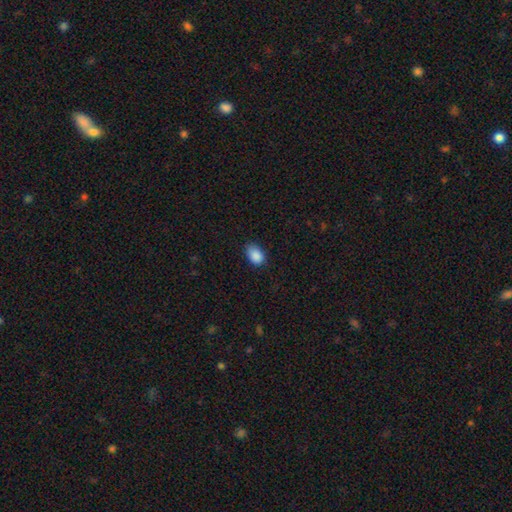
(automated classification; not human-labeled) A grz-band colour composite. It shows a smooth galaxy with no disk features (89%) that is in between round and cigar-shaped (84%). Merging: none (76%).